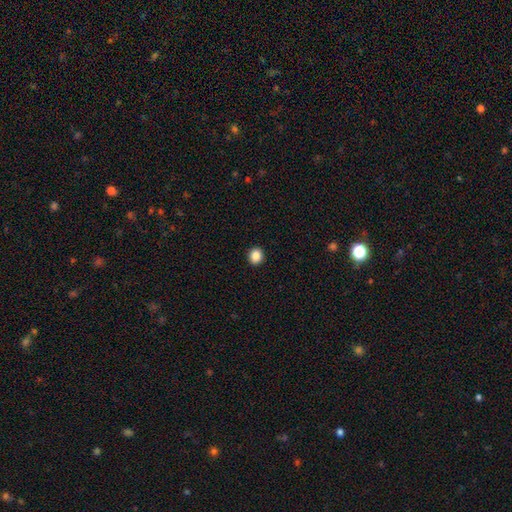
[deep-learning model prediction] A smooth galaxy with no disk features (87%) that is round (78%).

Vote fractions:
- Smooth or featured? smooth: 87% / star or artifact: 10% / featured or disk: 4%
- How rounded? round: 78% / in between: 21% / cigar-shaped: 1%
- Merging? none: 93% / minor disturbance: 5% / major disturbance: 2% / merger: 1%